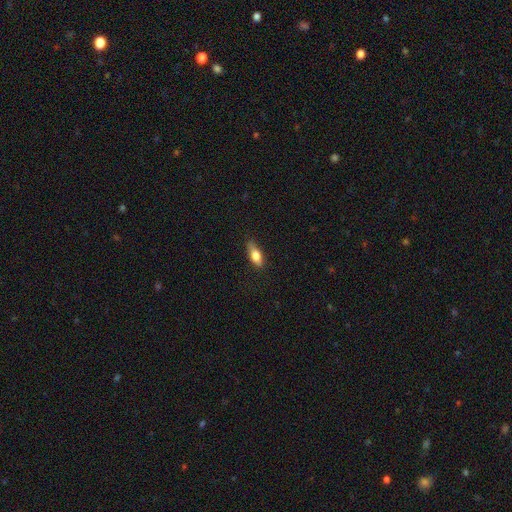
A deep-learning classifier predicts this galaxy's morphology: A smooth galaxy with no disk features (74%) that is in between round and cigar-shaped (71%). Merging: none (75%).